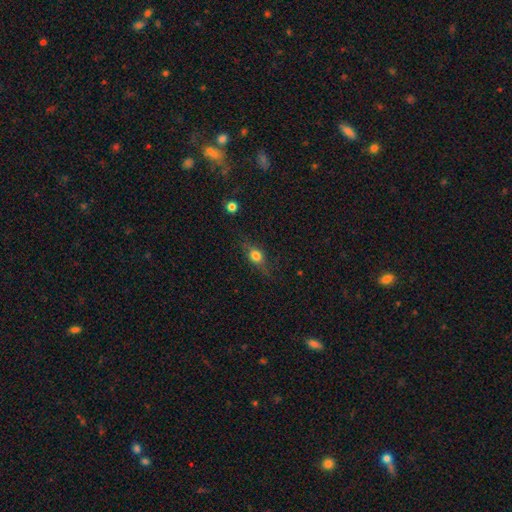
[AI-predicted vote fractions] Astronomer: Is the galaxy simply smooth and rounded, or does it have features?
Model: smooth — 63%.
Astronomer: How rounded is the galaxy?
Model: in between — 48% (runner-up: round, 37%).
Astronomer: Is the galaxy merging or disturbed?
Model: none — 71%.